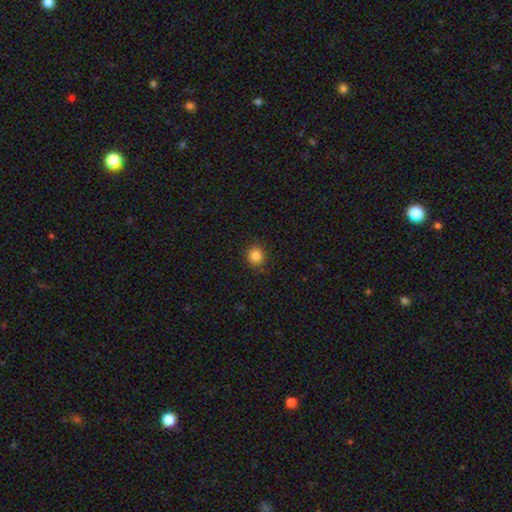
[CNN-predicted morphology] smooth 85%, star or artifact 11%, featured or disk 4%. Down the decision tree: how rounded — round (87%); merging — none (90%).